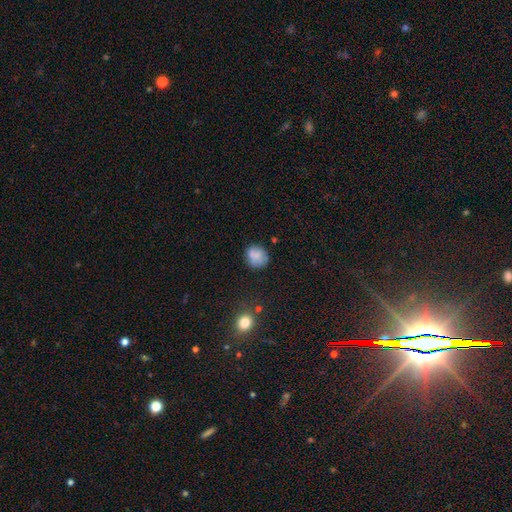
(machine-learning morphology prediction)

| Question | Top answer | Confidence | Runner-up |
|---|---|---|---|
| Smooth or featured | smooth | 79% | featured or disk (11%) |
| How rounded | round | 79% | in between (20%) |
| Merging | none | 69% | minor disturbance (19%) |